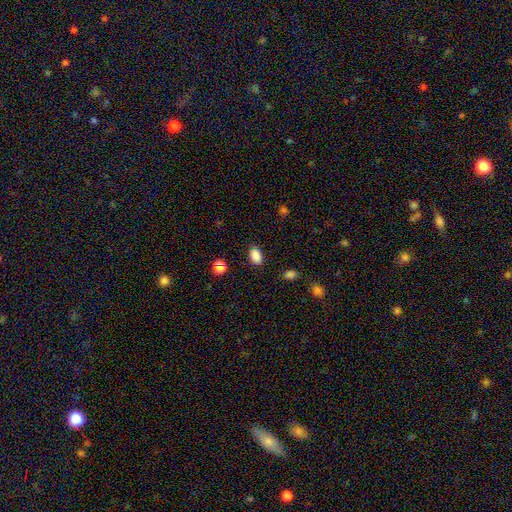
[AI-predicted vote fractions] Q: Smooth or featured?
A: smooth (86%); runner-up: star or artifact (10%)
Q: How rounded?
A: in between (89%); runner-up: round (10%)
Q: Merging?
A: none (84%); runner-up: minor disturbance (12%)